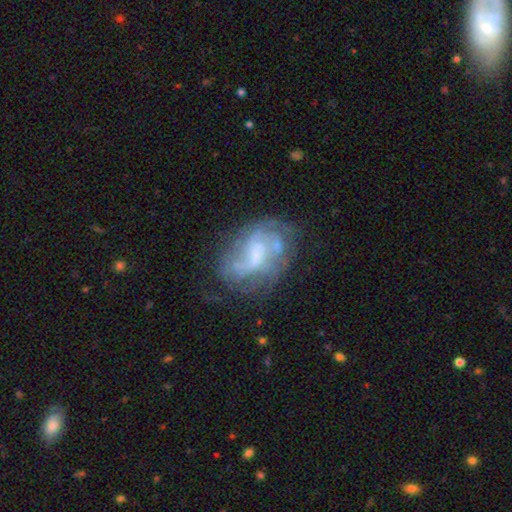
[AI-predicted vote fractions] smooth_or_featured: featured or disk (p=0.72) [alt: smooth p=0.19]
disk_edge_on: no (p=0.97) [alt: yes p=0.03]
bar: no (p=0.46) [alt: weak p=0.42]
has_spiral_arms: yes (p=0.70) [alt: no p=0.30]
bulge_size: small (p=0.36) [alt: none p=0.32]
merging: none (p=0.50) [alt: minor disturbance p=0.23]